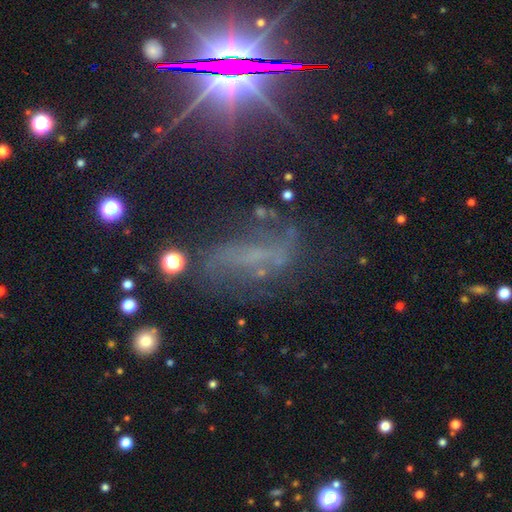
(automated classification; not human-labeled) Overall: featured or disk (49%; star or artifact 30%). Merging: none (49%; major disturbance 24%).